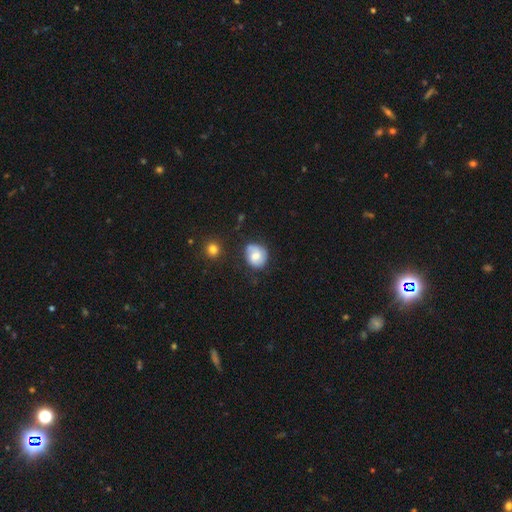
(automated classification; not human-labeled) Smooth or featured: smooth — 58% (featured or disk — 34%)
How rounded: round — 69% (in between — 30%)
Merging: none — 62% (minor disturbance — 26%)